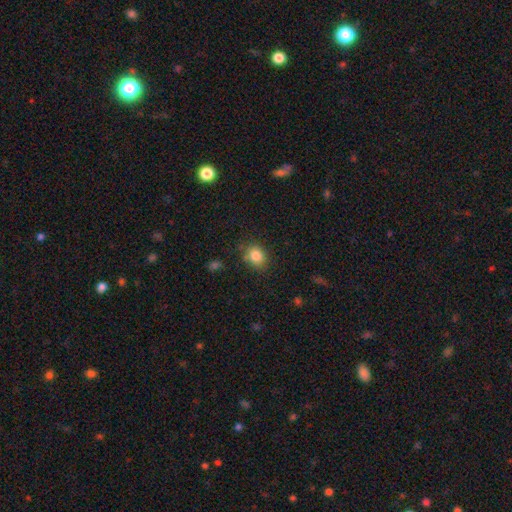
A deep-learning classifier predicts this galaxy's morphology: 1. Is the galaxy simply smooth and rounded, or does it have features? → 84% smooth, 10% star or artifact, 6% featured or disk.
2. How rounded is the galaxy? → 62% round, 37% in between, 1% cigar-shaped.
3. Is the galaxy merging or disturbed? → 78% none, 15% minor disturbance, 4% major disturbance, 3% merger.